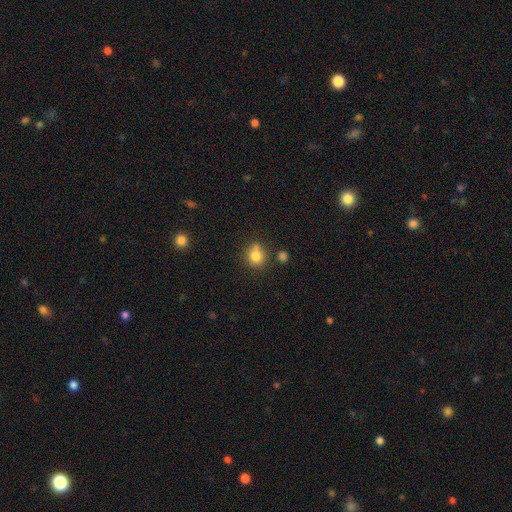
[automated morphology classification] This appears to be a smooth galaxy with no disk features (81%) that is round (81%). Merging: none (64%).